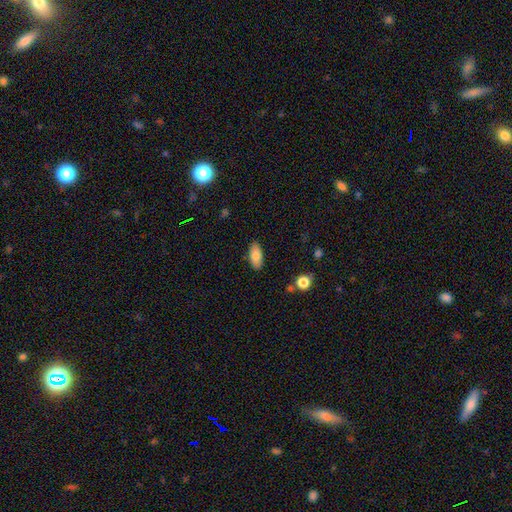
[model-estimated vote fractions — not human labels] Smooth or featured?
  - smooth: 82% *
  - featured or disk: 11%
  - star or artifact: 7%
How rounded?
  - in between: 88% *
  - cigar-shaped: 9%
  - round: 3%
Merging?
  - none: 86% *
  - minor disturbance: 10%
  - major disturbance: 2%
  - merger: 1%